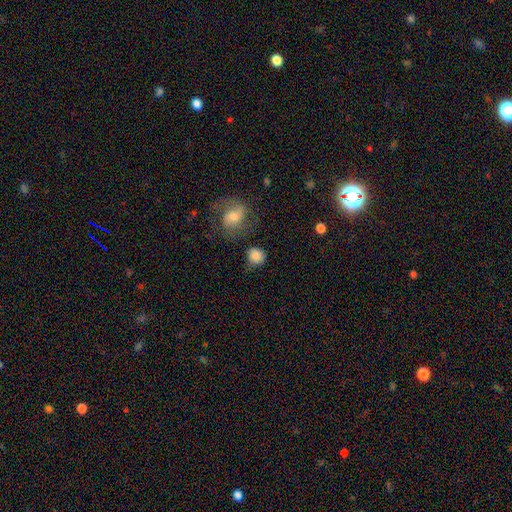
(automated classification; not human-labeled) Smooth or featured? smooth (83%)
How rounded? round (85%)
Merging? none (69%)